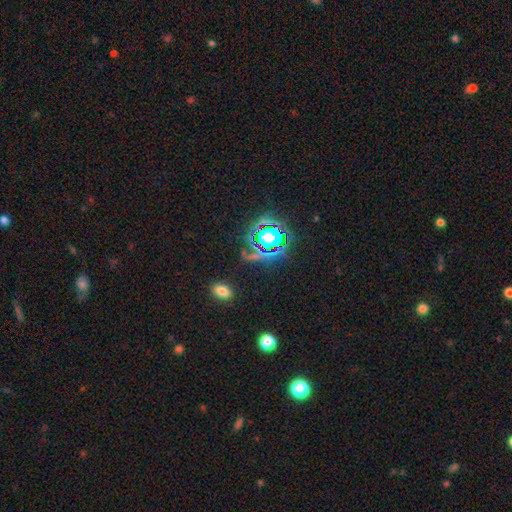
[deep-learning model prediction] Smooth or featured? star or artifact (64%)